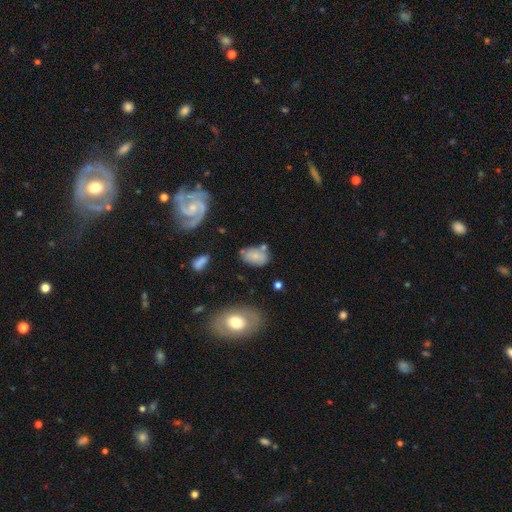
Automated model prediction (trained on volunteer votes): Smooth or featured? smooth (67%)
How rounded? in between (86%)
Merging? none (61%)